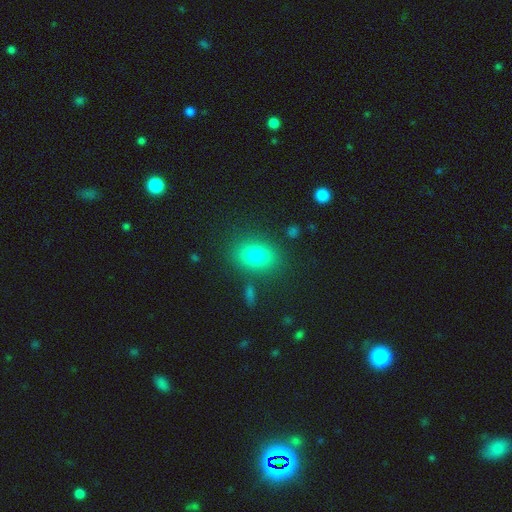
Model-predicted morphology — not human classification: Smooth or featured: smooth — 78% (star or artifact — 11%)
How rounded: in between — 69% (round — 29%)
Merging: none — 82% (minor disturbance — 11%)